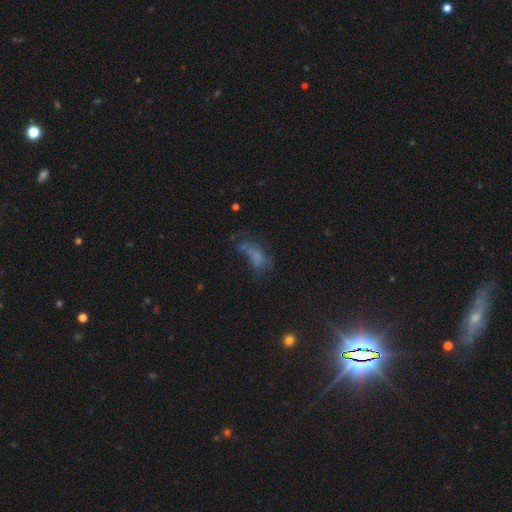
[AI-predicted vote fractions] Q: Smooth or featured?
A: smooth (49%); runner-up: featured or disk (28%)
Q: Merging?
A: major disturbance (38%); runner-up: none (30%)